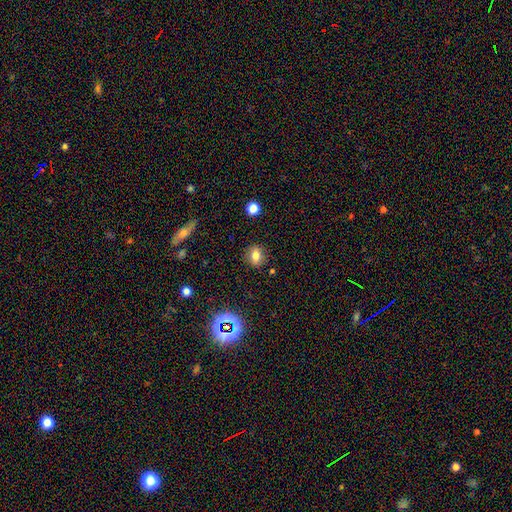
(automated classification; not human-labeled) Overall: smooth (74%). How rounded: round (51%; in between 47%). Merging: none (86%).